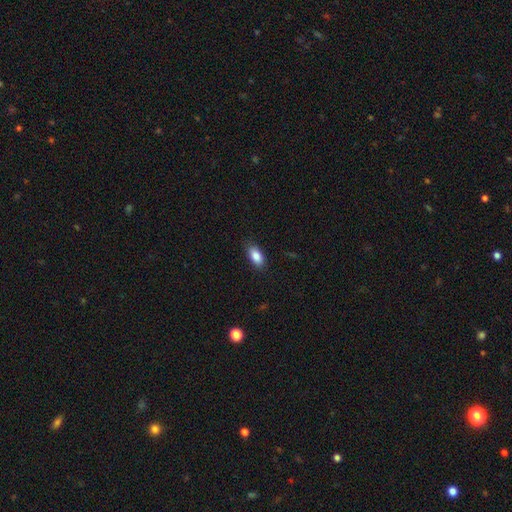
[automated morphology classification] smooth 86%, star or artifact 7%, featured or disk 7%. Down the decision tree: how rounded — in between (90%); merging — none (86%).